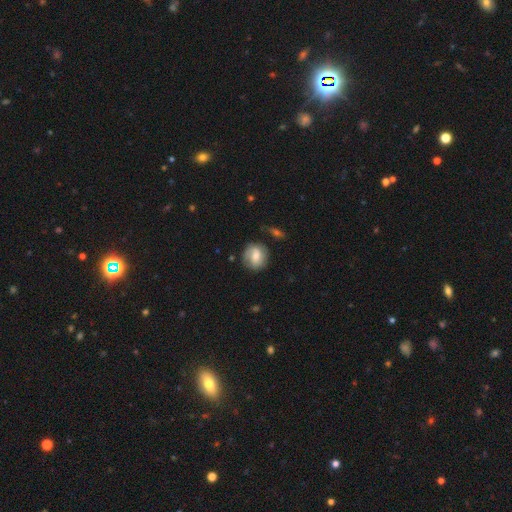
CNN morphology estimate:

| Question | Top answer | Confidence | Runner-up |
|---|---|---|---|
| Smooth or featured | smooth | 55% | featured or disk (37%) |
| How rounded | round | 77% | in between (22%) |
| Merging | none | 71% | minor disturbance (20%) |